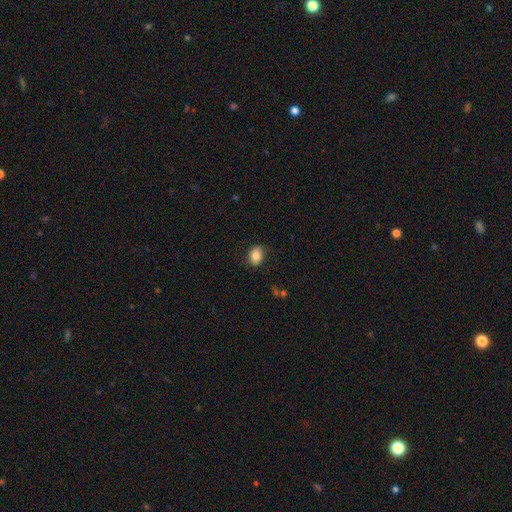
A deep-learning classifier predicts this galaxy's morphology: Overall: smooth (83%). How rounded: in between (61%; round 38%). Merging: none (84%).